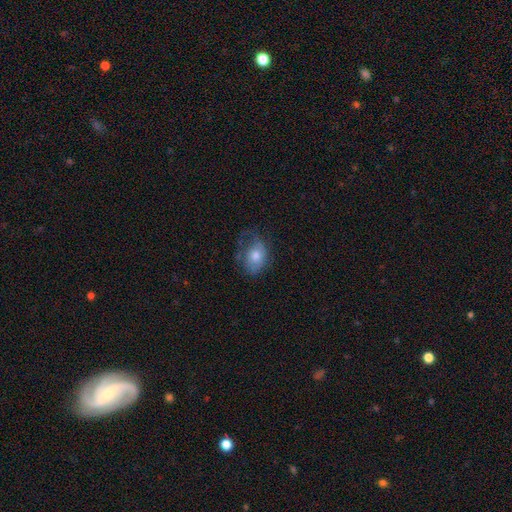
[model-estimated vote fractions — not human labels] Smooth or featured? smooth (57%)
How rounded? in between (68%)
Merging? none (46%)